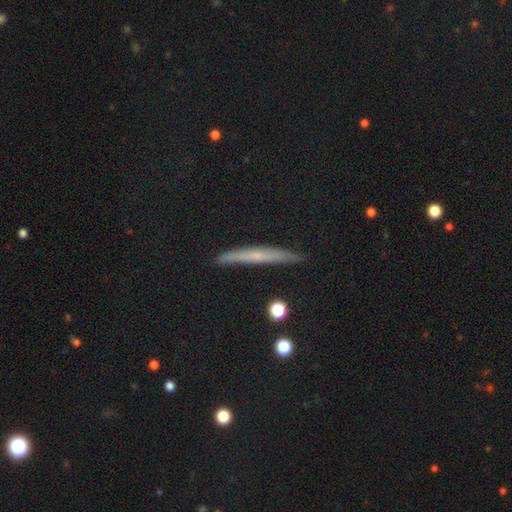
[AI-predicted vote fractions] This appears to be a featured or disk galaxy (44%). Merging: none (86%).